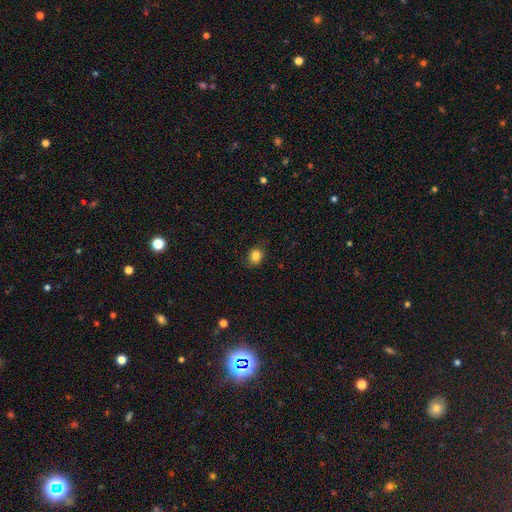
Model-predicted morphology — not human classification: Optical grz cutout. It shows a smooth galaxy with no disk features (83%) that is round (59%). Merging: none (81%).